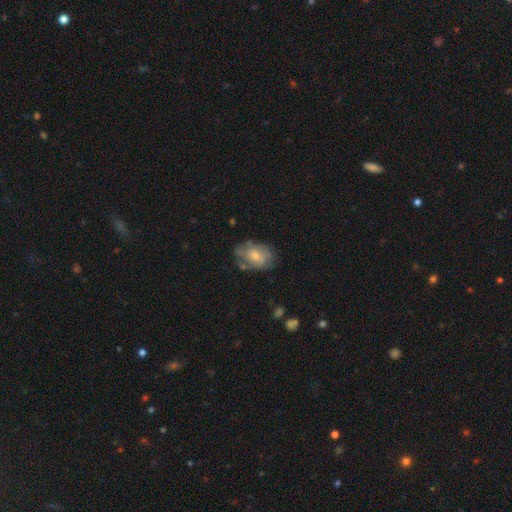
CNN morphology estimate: A smooth galaxy with no disk features (54%) that is in between round and cigar-shaped (77%). Merging: none (55%).